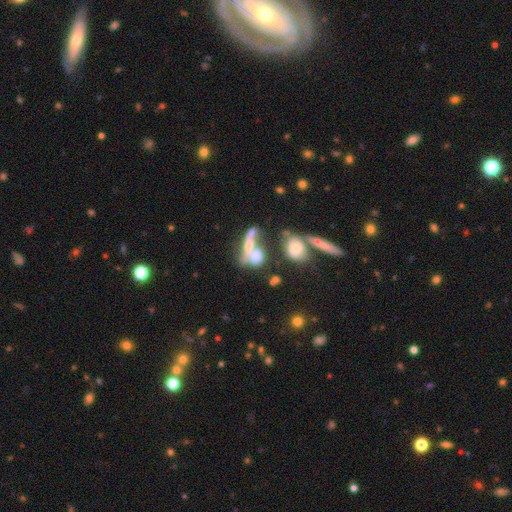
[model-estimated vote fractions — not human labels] The model was most divided on "smooth or featured": smooth: 45%, featured or disk: 41%, star or artifact: 14%. More confident: merging — merger (60%).